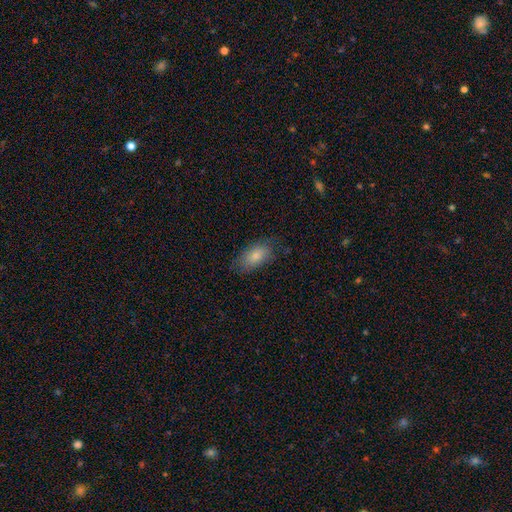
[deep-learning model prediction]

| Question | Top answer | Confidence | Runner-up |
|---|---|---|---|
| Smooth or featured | smooth | 81% | featured or disk (12%) |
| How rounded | in between | 91% | cigar-shaped (5%) |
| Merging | none | 76% | minor disturbance (18%) |